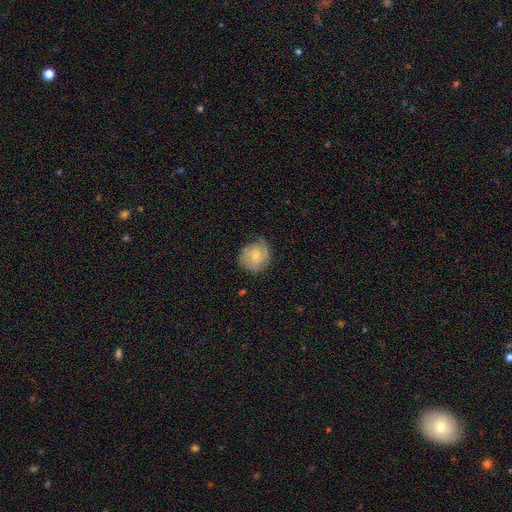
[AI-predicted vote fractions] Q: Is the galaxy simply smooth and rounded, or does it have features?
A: smooth — 53%.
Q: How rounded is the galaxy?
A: round — 78%.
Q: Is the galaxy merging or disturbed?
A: none — 62%.